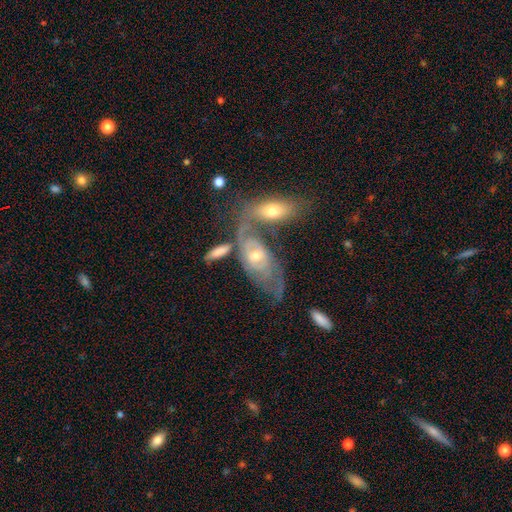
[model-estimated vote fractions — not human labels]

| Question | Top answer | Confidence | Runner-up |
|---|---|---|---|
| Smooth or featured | featured or disk | 75% | smooth (18%) |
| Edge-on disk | no | 90% | yes (10%) |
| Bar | no | 73% | weak (22%) |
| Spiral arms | yes | 83% | no (17%) |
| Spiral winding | tight | 51% | medium (34%) |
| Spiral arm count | can't tell | 43% | 2 (40%) |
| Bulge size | moderate | 49% | small (45%) |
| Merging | merger | 38% | none (30%) |